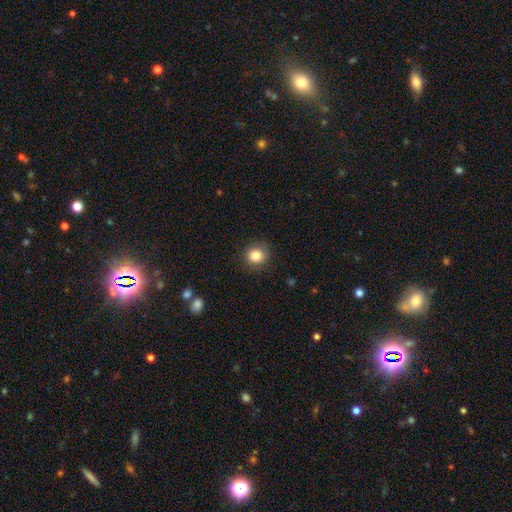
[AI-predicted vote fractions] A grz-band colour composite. It shows a smooth galaxy with no disk features (84%) that is round (87%). Merging: none (88%).